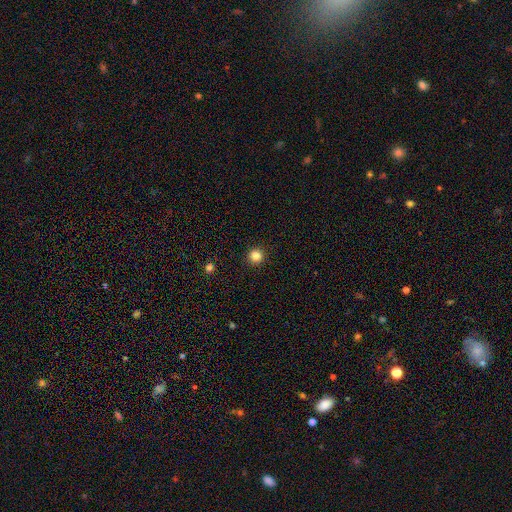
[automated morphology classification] type=smooth (84%); roundness=round (96%); merging=none (93%).